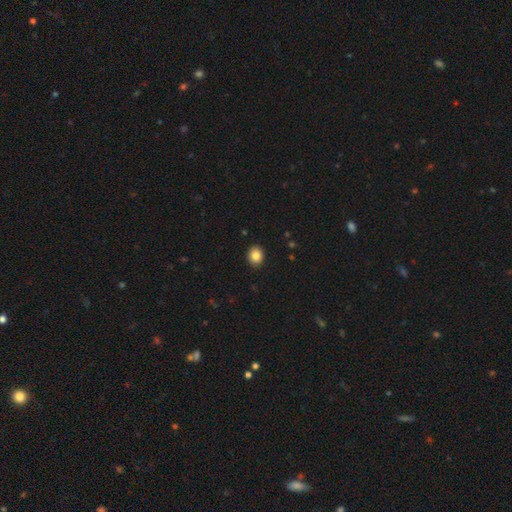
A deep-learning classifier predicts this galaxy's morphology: A smooth galaxy with no disk features (85%) that is round (60%). Merging: none (91%).